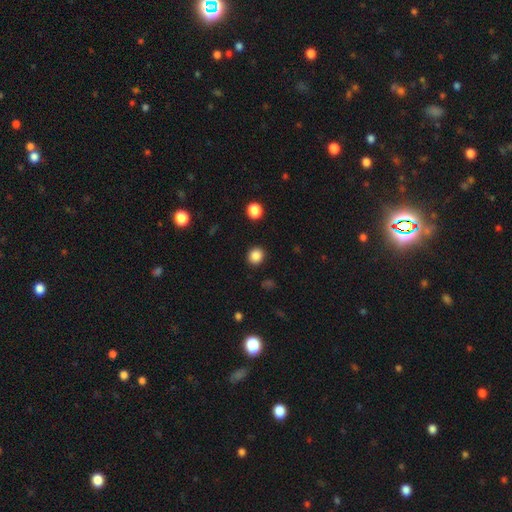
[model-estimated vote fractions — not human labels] Smooth or featured? smooth (86%)
How rounded? round (83%)
Merging? none (90%)